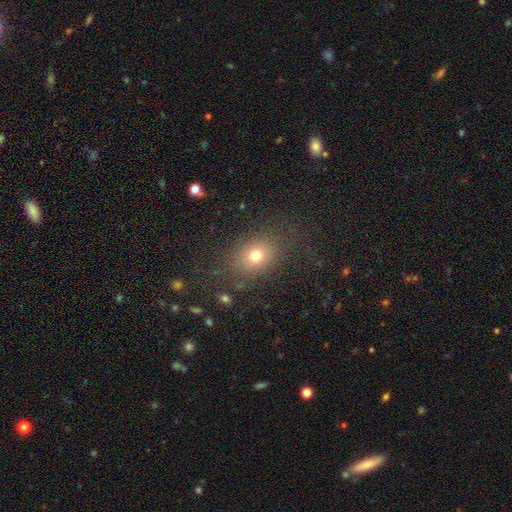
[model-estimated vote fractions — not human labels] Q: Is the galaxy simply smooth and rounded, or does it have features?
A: smooth — 74%.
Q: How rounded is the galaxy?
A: in between — 55%.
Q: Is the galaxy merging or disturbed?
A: none — 80%.